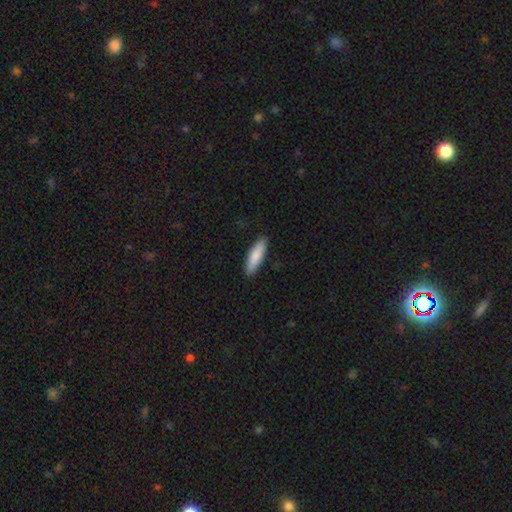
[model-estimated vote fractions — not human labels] A smooth galaxy with no disk features (85%) that is cigar-shaped (60%). Merging: none (89%).